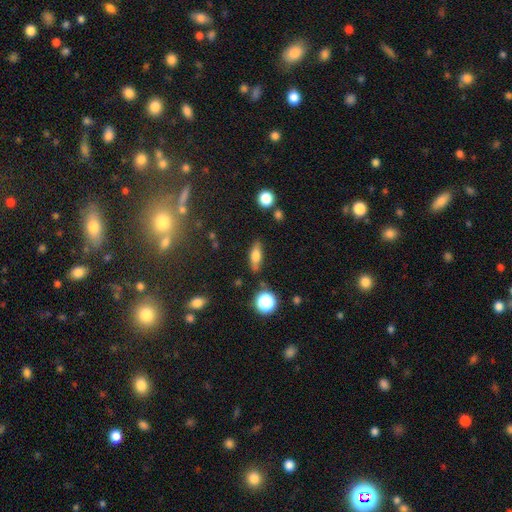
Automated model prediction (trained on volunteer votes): A smooth galaxy with no disk features (66%) that is in between round and cigar-shaped (64%).

Vote fractions:
- Smooth or featured? smooth: 66% / featured or disk: 24% / star or artifact: 10%
- How rounded? in between: 64% / cigar-shaped: 30% / round: 6%
- Merging? none: 79% / minor disturbance: 14% / merger: 3% / major disturbance: 3%